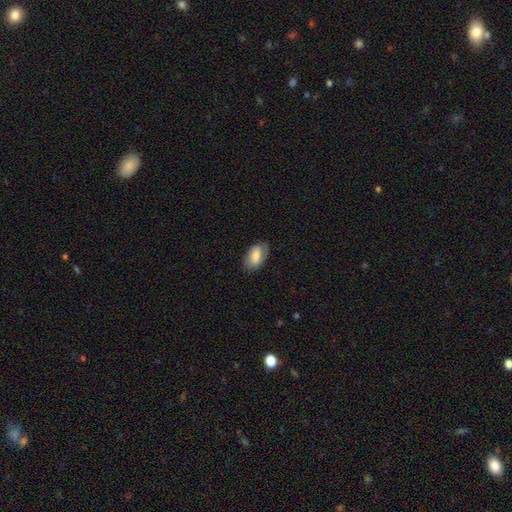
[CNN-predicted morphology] Smooth or featured: smooth — 72% (featured or disk — 22%)
How rounded: in between — 92% (round — 6%)
Merging: none — 78% (minor disturbance — 16%)